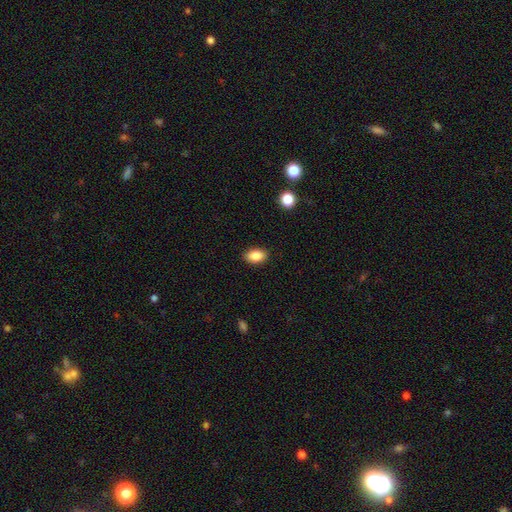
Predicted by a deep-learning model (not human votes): This is clearly a smooth galaxy (88%). How rounded: clearly in between (89%). Merging: clearly none (89%).